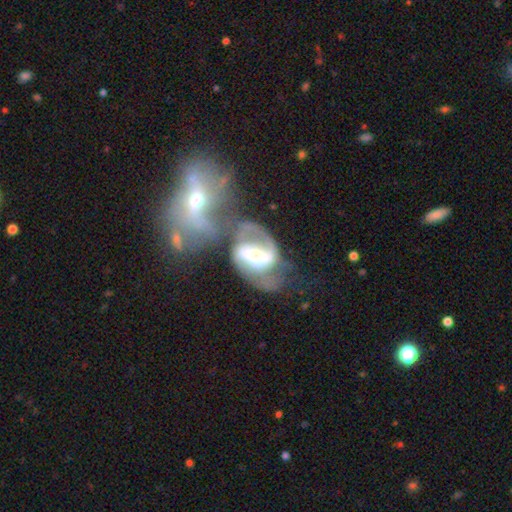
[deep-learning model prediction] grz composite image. It shows a featured or disk galaxy (85%) with a strong bar (58%), 2 (85%) medium (49%) spiral arms (91%) and a moderate central bulge (50%). Merging: merger (52%).